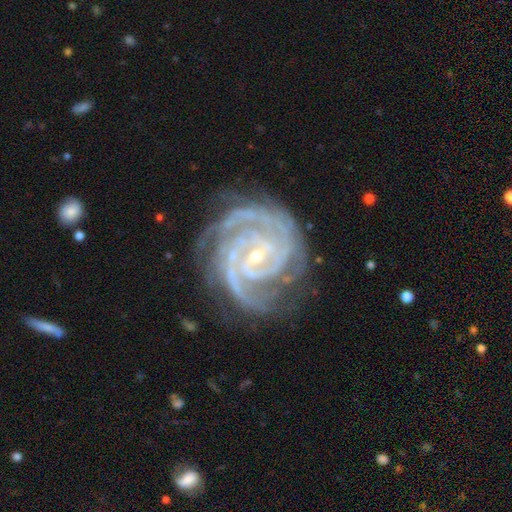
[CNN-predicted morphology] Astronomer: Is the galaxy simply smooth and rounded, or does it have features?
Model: featured or disk — 93%.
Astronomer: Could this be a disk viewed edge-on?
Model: no — 98%.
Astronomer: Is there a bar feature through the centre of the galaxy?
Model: weak — 39% (runner-up: no, 38%).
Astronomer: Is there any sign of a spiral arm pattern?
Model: yes — 99%.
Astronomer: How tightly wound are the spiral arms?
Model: tight — 79%.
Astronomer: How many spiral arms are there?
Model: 3 — 29% (runner-up: 2, 25%).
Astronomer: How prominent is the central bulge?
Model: small — 79%.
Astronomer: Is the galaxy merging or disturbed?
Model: none — 75%.